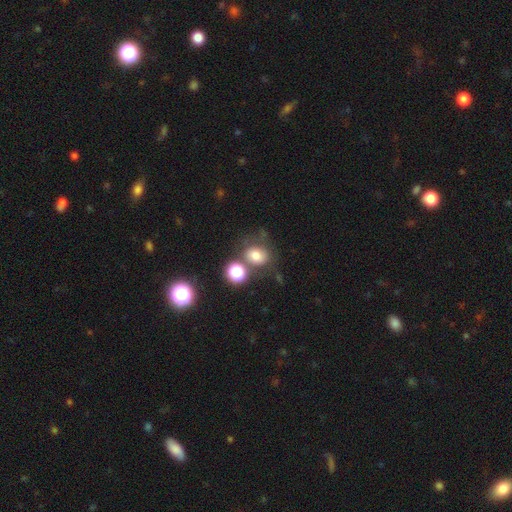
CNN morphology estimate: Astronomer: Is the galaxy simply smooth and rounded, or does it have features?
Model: smooth — 69%.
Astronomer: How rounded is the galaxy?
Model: round — 60% (runner-up: in between, 39%).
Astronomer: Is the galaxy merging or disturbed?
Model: none — 54%.